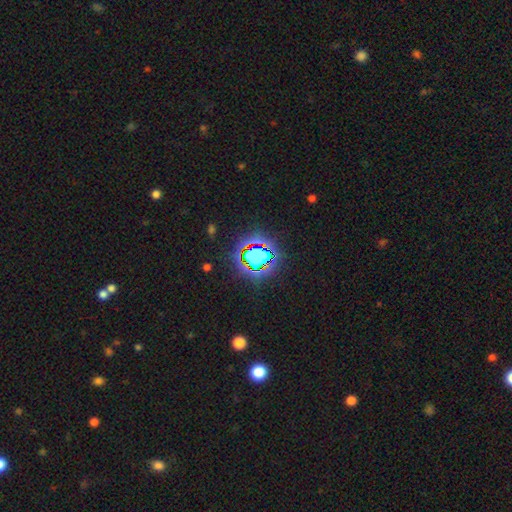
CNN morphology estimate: smooth-or-featured: star or artifact: 63% | smooth: 24% | featured or disk: 12%